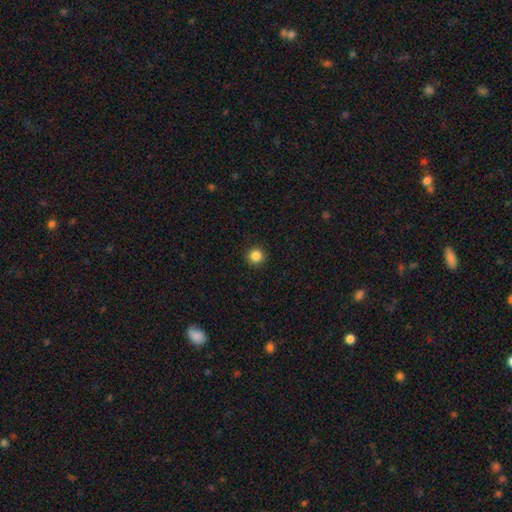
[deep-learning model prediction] smooth-or-featured: smooth: 85% | star or artifact: 11% | featured or disk: 4%
  how-rounded: round: 95% | in between: 4% | cigar-shaped: 1%
  merging: none: 92% | minor disturbance: 5% | major disturbance: 2% | merger: 1%